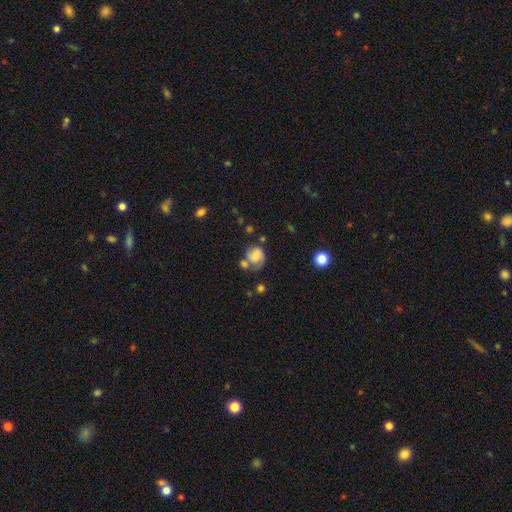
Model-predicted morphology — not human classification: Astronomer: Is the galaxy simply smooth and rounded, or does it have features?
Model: smooth — 49% (runner-up: featured or disk, 41%).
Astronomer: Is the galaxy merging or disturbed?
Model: none — 39% (runner-up: minor disturbance, 23%).